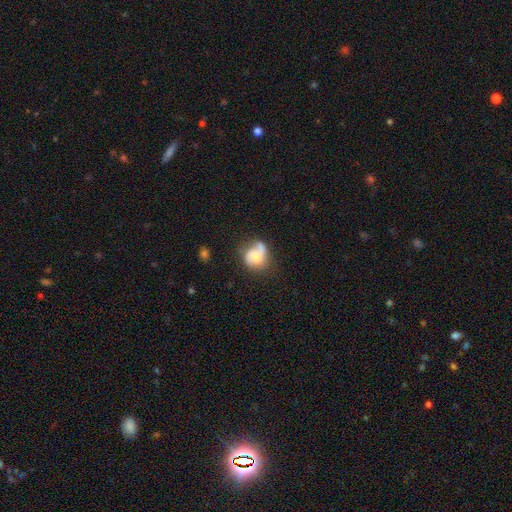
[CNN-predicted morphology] A featured or disk galaxy (60%) with no bar (66%), 2 (57%) medium (42%) spiral arms (86%) and a moderate central bulge (46%).

Vote fractions:
- Smooth or featured? featured or disk: 60% / smooth: 32% / star or artifact: 8%
- Edge-on disk? no: 98% / yes: 2%
- Bar? no: 66% / weak: 29% / strong: 5%
- Spiral arms? yes: 86% / no: 14%
- Spiral winding? medium: 42% / loose: 38% / tight: 20%
- Spiral arm count? 2: 57% / 1: 28% / can't tell: 9% / 3: 4% / 4: 1% / more than 4: 1%
- Bulge size? moderate: 46% / small: 35% / none: 10% / large: 8% / dominant: 2%
- Merging? none: 48% / minor disturbance: 26% / major disturbance: 18% / merger: 7%